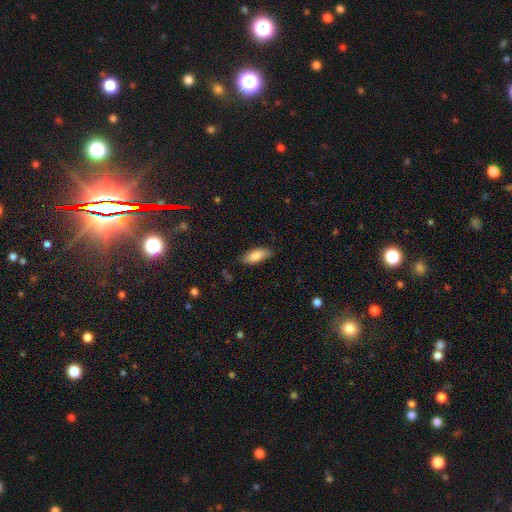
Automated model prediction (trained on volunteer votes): Smooth or featured: smooth — 82% (featured or disk — 12%)
How rounded: in between — 77% (cigar-shaped — 21%)
Merging: none — 81% (minor disturbance — 15%)